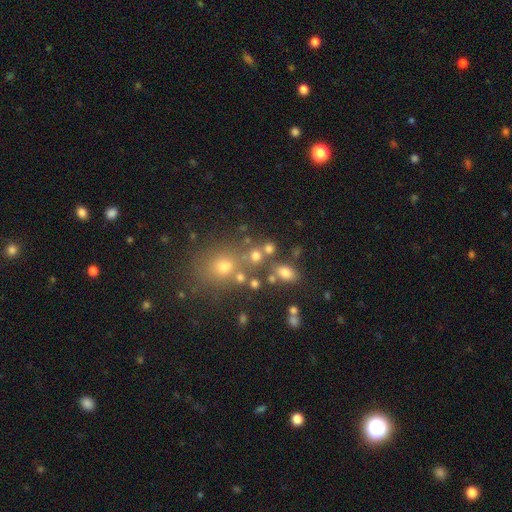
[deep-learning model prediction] Q: Smooth or featured?
A: smooth (66%); runner-up: star or artifact (20%)
Q: How rounded?
A: round (70%); runner-up: in between (29%)
Q: Merging?
A: none (58%); runner-up: merger (25%)